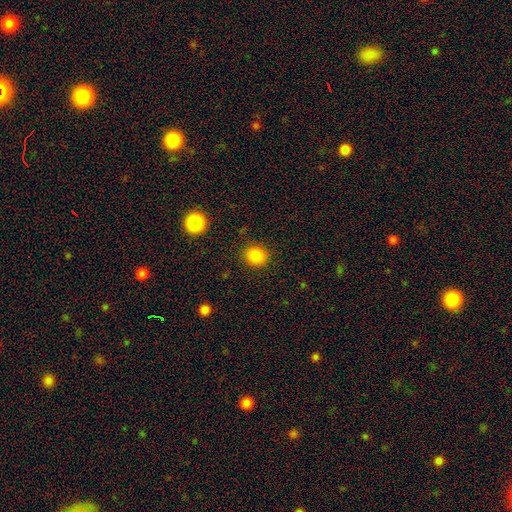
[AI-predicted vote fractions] Smooth or featured? smooth (85%)
How rounded? round (85%)
Merging? none (90%)